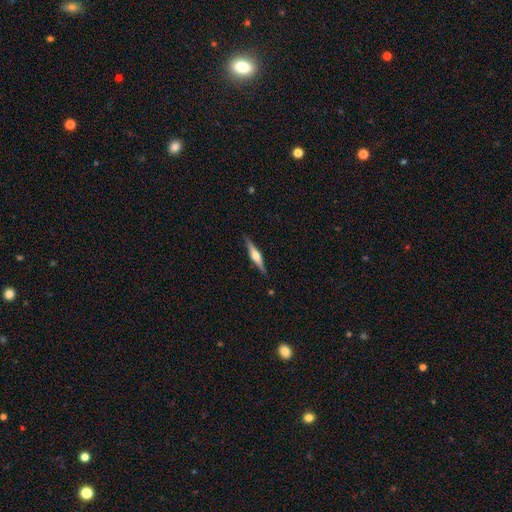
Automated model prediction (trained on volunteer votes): featured or disk 70%, smooth 24%, star or artifact 5%. Down the decision tree: edge-on disk — yes (98%); edge-on bulge — rounded (89%); merging — none (89%).